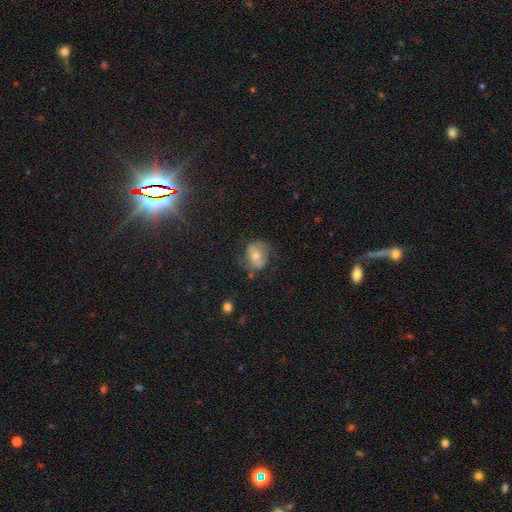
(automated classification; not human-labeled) Smooth or featured? smooth (53%)
How rounded? round (55%)
Merging? none (62%)